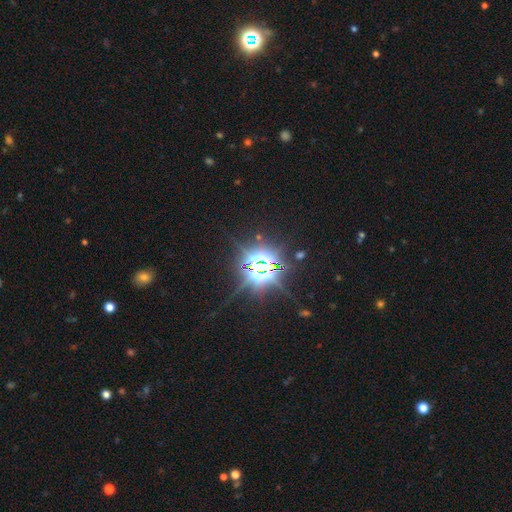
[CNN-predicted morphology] type=star or artifact (85%).